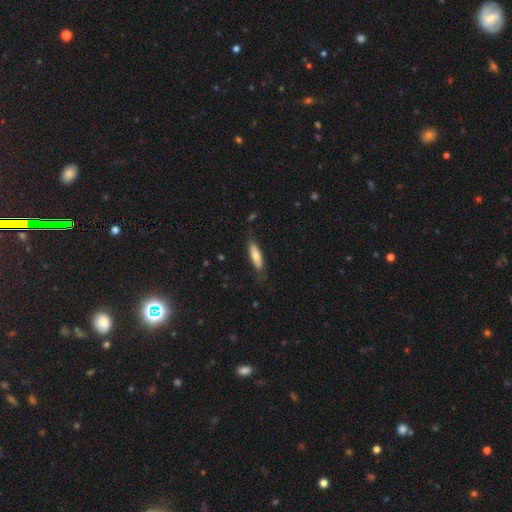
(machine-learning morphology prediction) type=smooth (70%); roundness=cigar-shaped (57%); merging=none (76%).